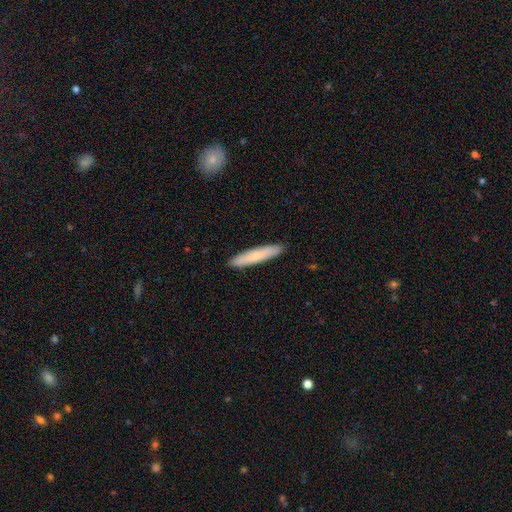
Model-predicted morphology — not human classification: The model was most divided on "smooth or featured": smooth: 72%, featured or disk: 23%, star or artifact: 5%. More confident: merging — none (91%); how rounded — cigar-shaped (91%).